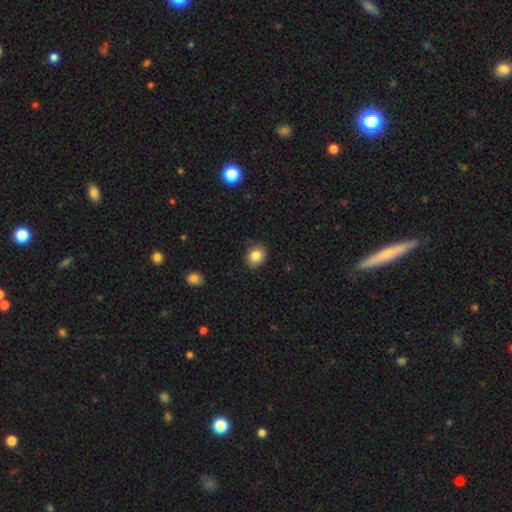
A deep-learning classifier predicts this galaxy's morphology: Overall: smooth (83%). How rounded: round (59%; in between 40%). Merging: none (84%).